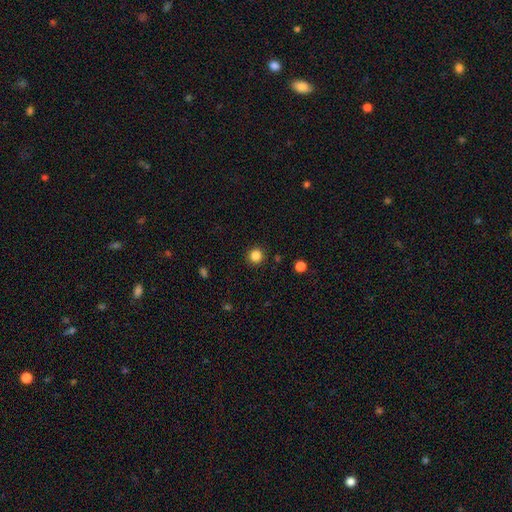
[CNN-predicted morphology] smooth_or_featured: smooth (p=0.85) [alt: star or artifact p=0.12]
how_rounded: round (p=0.95) [alt: in between p=0.04]
merging: none (p=0.91) [alt: minor disturbance p=0.05]